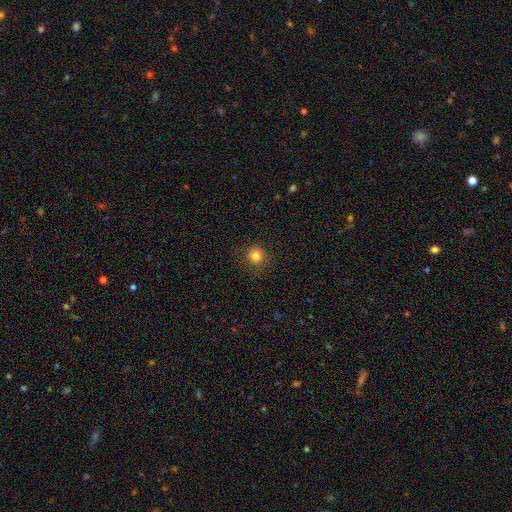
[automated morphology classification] smooth 82%, star or artifact 12%, featured or disk 5%. Down the decision tree: how rounded — round (92%); merging — none (89%).